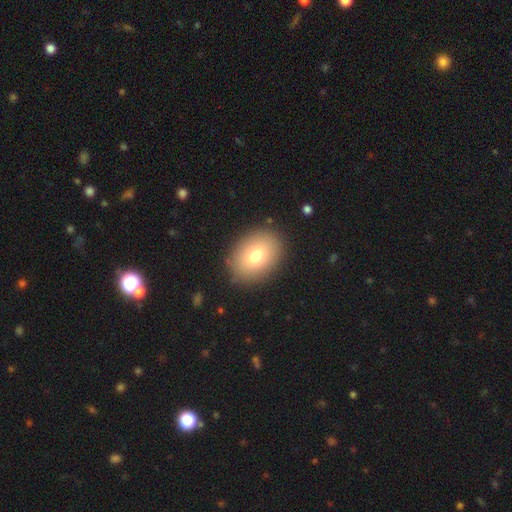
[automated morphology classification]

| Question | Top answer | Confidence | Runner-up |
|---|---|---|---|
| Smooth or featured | smooth | 76% | featured or disk (14%) |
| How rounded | in between | 68% | round (31%) |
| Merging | none | 87% | minor disturbance (9%) |